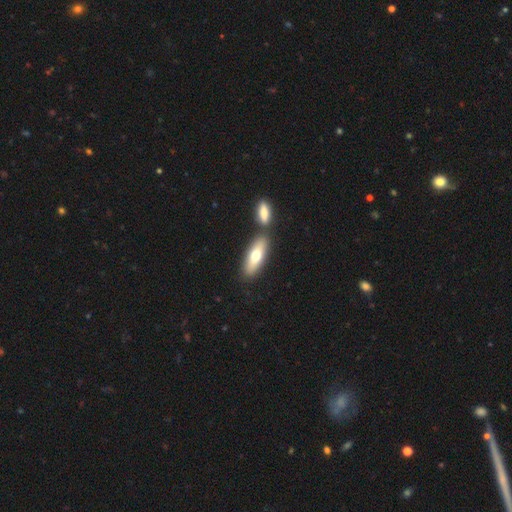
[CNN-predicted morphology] smooth-or-featured: smooth: 69% | featured or disk: 25% | star or artifact: 6%
  how-rounded: in between: 64% | cigar-shaped: 34% | round: 2%
  merging: none: 63% | merger: 26% | minor disturbance: 8% | major disturbance: 2%